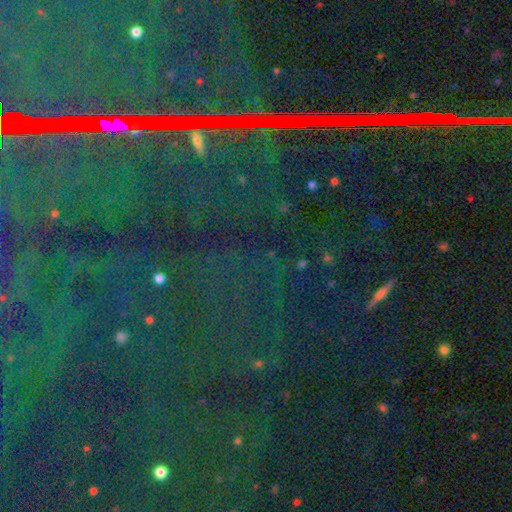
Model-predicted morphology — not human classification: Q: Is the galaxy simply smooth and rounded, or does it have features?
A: star or artifact — 86%.